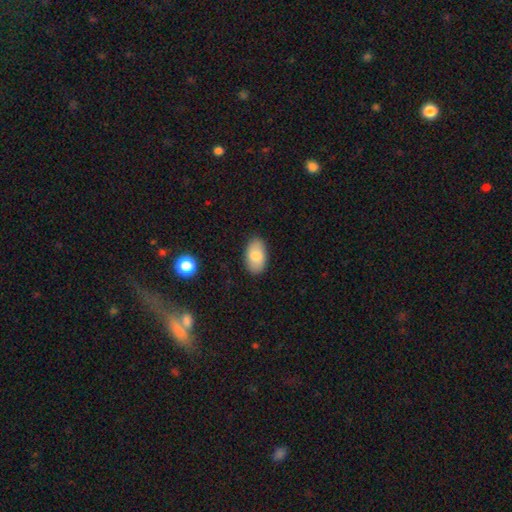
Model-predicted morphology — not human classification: Smooth or featured? Predicted: smooth (p=0.79). How rounded? Predicted: in between (p=0.94). Merging? Predicted: none (p=0.86).